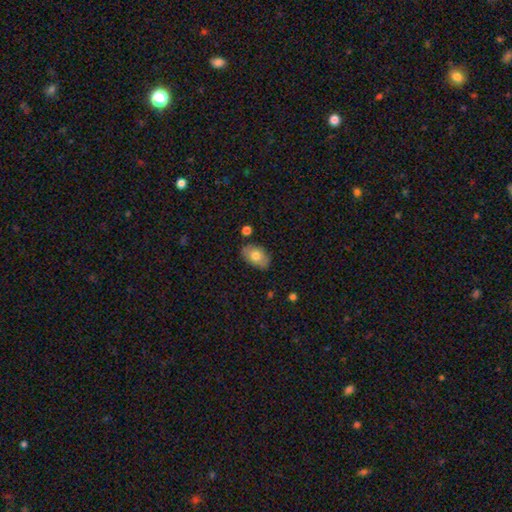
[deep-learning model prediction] Smooth or featured? Predicted: smooth (p=0.72). How rounded? Predicted: in between (p=0.88). Merging? Predicted: none (p=0.80).